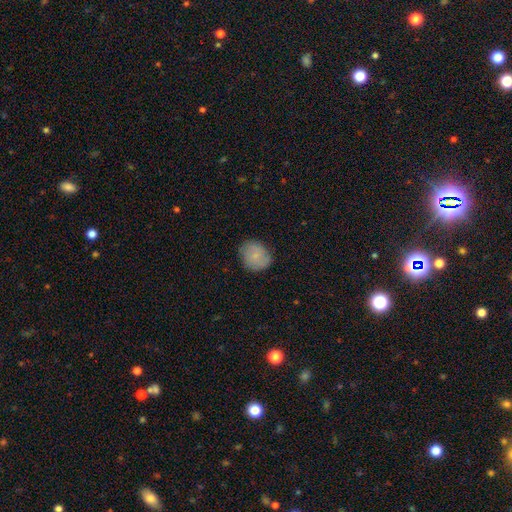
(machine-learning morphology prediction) A smooth galaxy with no disk features (77%) that is round (66%). Merging: none (78%).